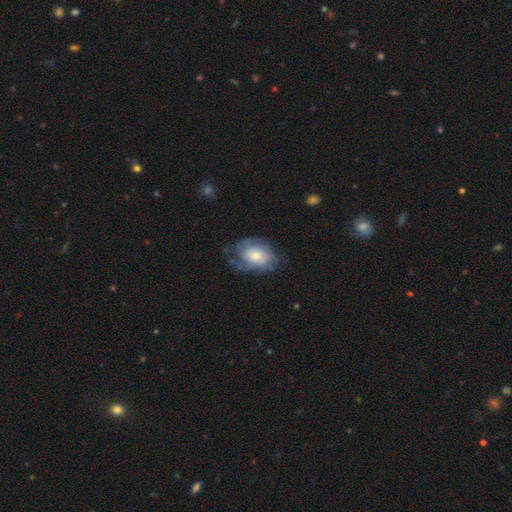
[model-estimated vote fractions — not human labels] Morphology: type=featured or disk (53%); edge-on=no (96%); bar=no (79%); spiral arms=yes (71%); bulge=moderate (50%); merging=none (55%).